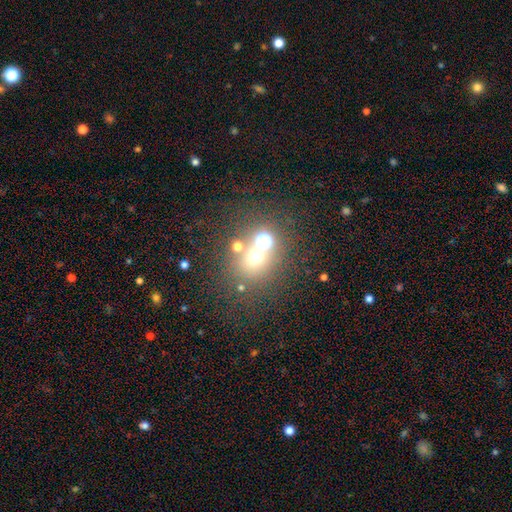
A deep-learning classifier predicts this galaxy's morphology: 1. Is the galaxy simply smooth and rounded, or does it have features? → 53% smooth, 34% star or artifact, 13% featured or disk.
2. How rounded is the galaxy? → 81% round, 18% in between, 1% cigar-shaped.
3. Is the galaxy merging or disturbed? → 62% none, 25% merger, 8% minor disturbance, 5% major disturbance.